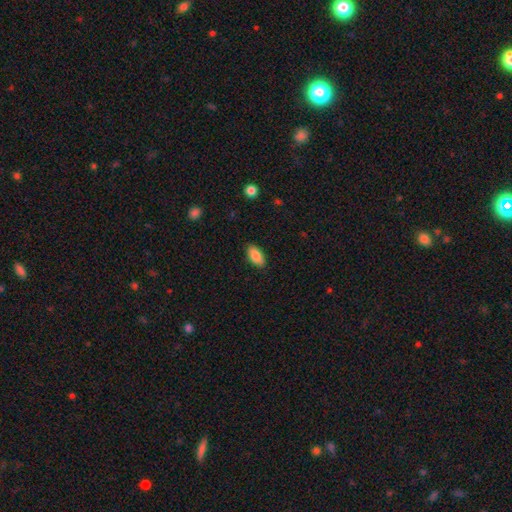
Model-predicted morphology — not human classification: Q: Smooth or featured?
A: smooth (87%); runner-up: star or artifact (7%)
Q: How rounded?
A: in between (91%); runner-up: cigar-shaped (6%)
Q: Merging?
A: none (88%); runner-up: minor disturbance (9%)